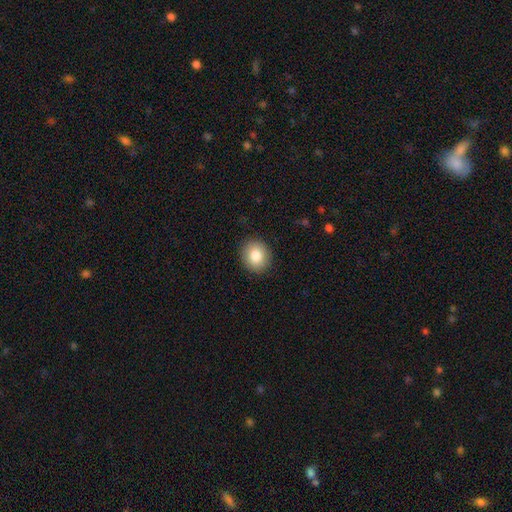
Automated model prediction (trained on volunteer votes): Smooth or featured? smooth (83%)
How rounded? round (73%)
Merging? none (90%)